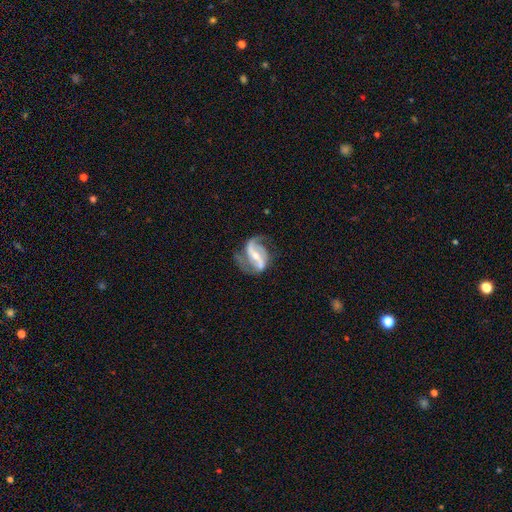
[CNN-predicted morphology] featured or disk 89%, smooth 6%, star or artifact 5%. Down the decision tree: edge-on disk — no (97%); bar — strong (60%); spiral arms — yes (95%); spiral arm count — 2 (84%); spiral winding — medium (43%); bulge size — small (48%); merging — none (60%).